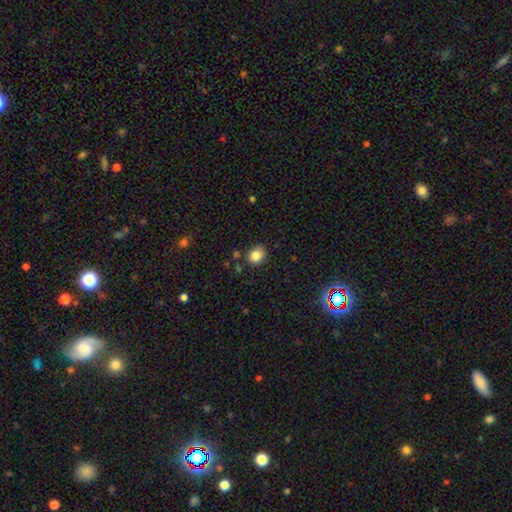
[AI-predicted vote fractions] This is clearly a smooth galaxy (83%). How rounded: possibly round (60%). Merging: likely none (80%).